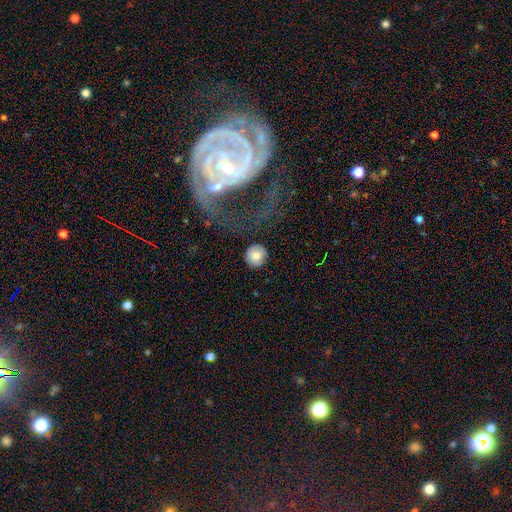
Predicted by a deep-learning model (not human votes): This is clearly a smooth galaxy (80%). How rounded: clearly round (92%). Merging: clearly none (84%).